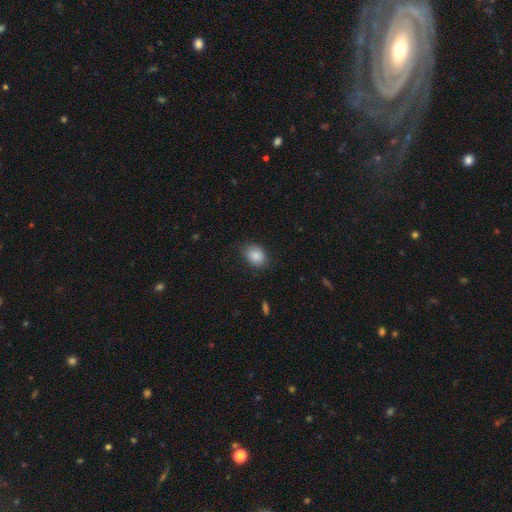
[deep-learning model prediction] This is clearly a smooth galaxy (86%). How rounded: likely in between (61%). Merging: likely none (75%).